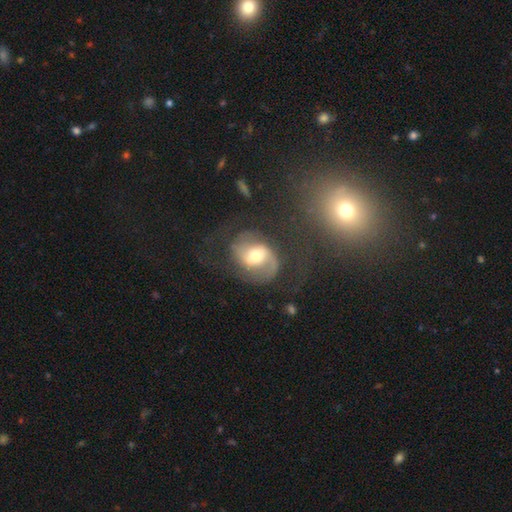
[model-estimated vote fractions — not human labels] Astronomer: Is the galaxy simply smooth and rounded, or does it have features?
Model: featured or disk — 80%.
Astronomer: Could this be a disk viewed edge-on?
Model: no — 97%.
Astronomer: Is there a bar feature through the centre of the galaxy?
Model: weak — 44% (runner-up: no, 35%).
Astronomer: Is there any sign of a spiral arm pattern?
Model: yes — 93%.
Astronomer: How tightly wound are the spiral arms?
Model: medium — 49% (runner-up: loose, 33%).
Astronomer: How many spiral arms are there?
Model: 2 — 83%.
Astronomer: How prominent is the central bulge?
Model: moderate — 63%.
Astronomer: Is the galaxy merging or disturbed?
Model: none — 63%.